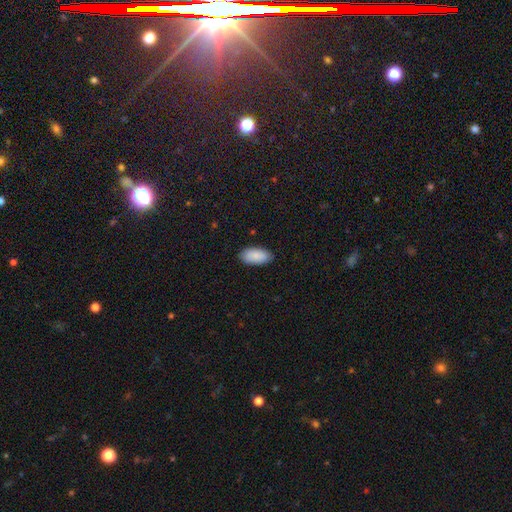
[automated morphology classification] The model was most divided on "merging": none: 86%, minor disturbance: 11%, major disturbance: 2%, merger: 1%. More confident: how rounded — in between (94%); smooth or featured — smooth (89%).